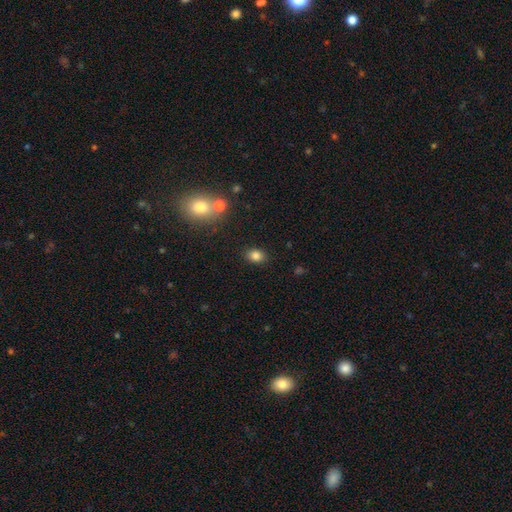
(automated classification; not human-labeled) smooth-or-featured: smooth: 83% | star or artifact: 12% | featured or disk: 6%
  how-rounded: in between: 67% | round: 32% | cigar-shaped: 1%
  merging: none: 86% | minor disturbance: 9% | merger: 3% | major disturbance: 3%